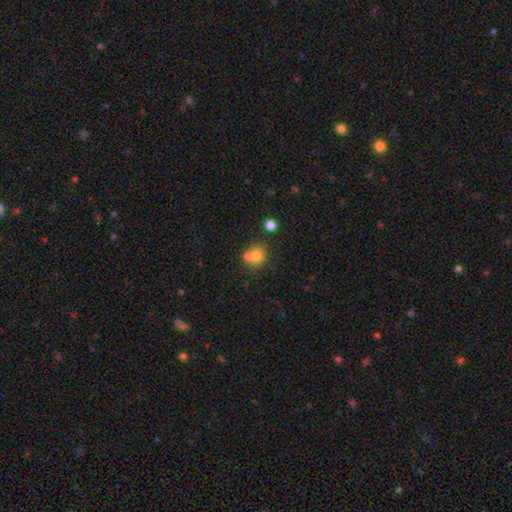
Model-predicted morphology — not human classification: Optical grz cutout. It shows a smooth galaxy with no disk features (74%) that is round (81%). Merging: none (45%).